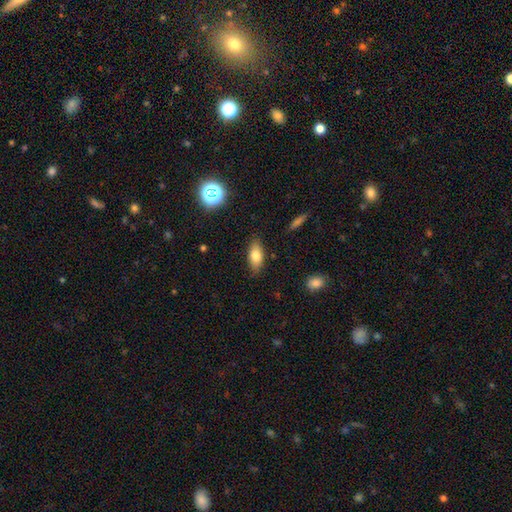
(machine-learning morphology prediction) A smooth galaxy with no disk features (77%) that is in between round and cigar-shaped (83%).

Vote fractions:
- Smooth or featured? smooth: 77% / featured or disk: 15% / star or artifact: 8%
- How rounded? in between: 83% / cigar-shaped: 13% / round: 4%
- Merging? none: 85% / minor disturbance: 11% / major disturbance: 2% / merger: 1%